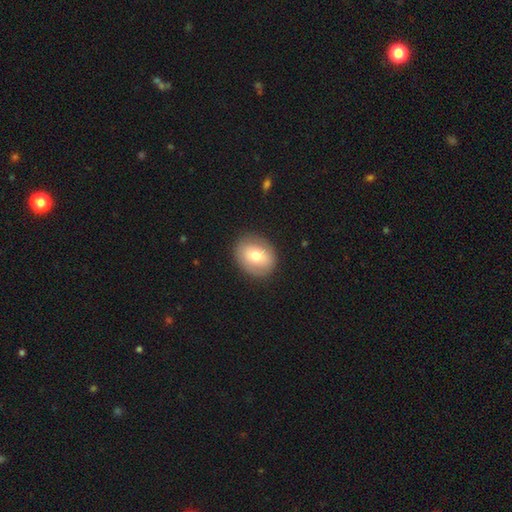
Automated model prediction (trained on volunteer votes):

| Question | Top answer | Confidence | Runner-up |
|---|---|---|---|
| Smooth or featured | smooth | 71% | featured or disk (22%) |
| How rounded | round | 55% | in between (44%) |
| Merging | none | 85% | minor disturbance (10%) |